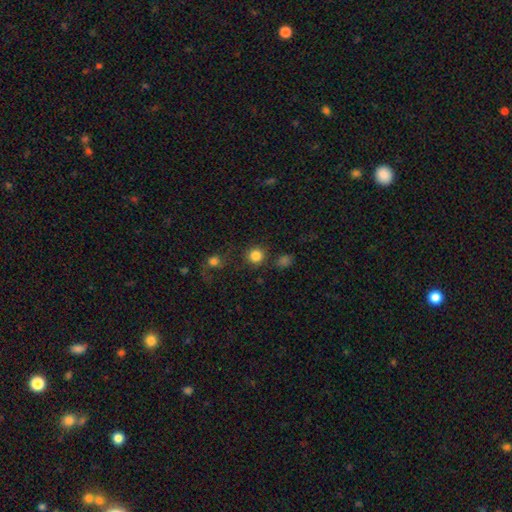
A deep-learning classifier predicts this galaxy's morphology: smooth 83%, star or artifact 12%, featured or disk 5%. Down the decision tree: how rounded — round (94%); merging — none (81%).